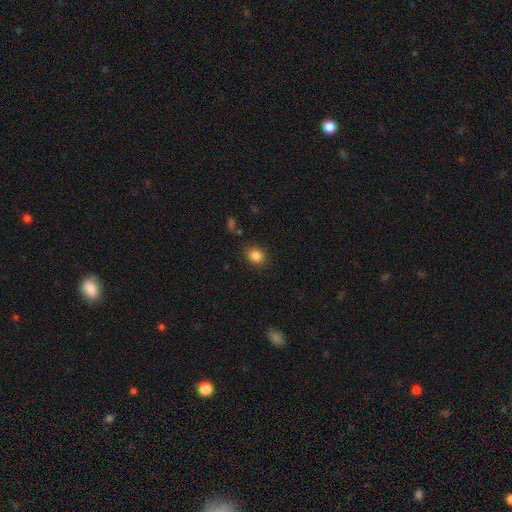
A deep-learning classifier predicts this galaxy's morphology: smooth_or_featured: smooth (p=0.85) [alt: star or artifact p=0.11]
how_rounded: round (p=0.57) [alt: in between p=0.42]
merging: none (p=0.85) [alt: minor disturbance p=0.10]